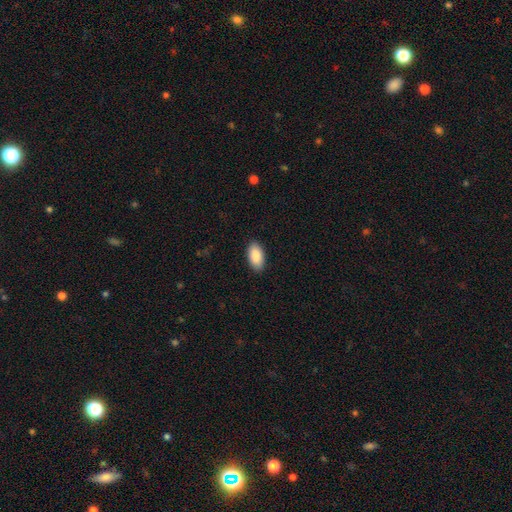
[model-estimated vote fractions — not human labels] Smooth or featured: smooth — 90% (star or artifact — 6%)
How rounded: in between — 94% (cigar-shaped — 3%)
Merging: none — 89% (minor disturbance — 8%)